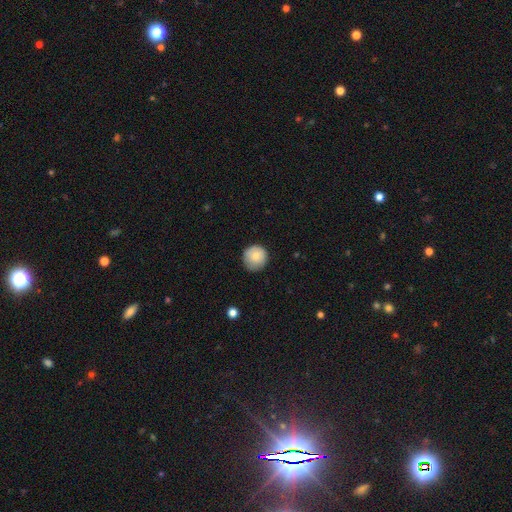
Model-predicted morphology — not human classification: A smooth galaxy with no disk features (81%) that is round (94%). Merging: none (80%).